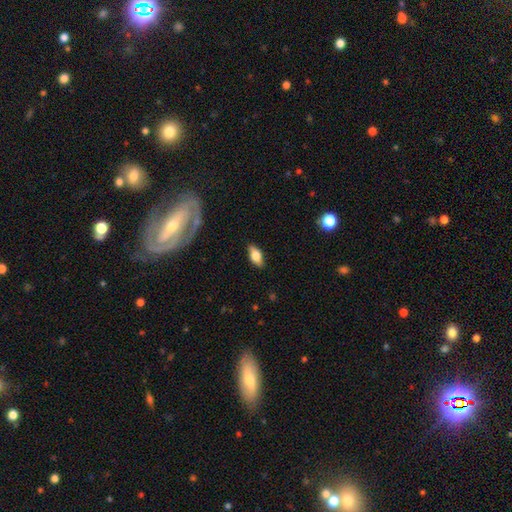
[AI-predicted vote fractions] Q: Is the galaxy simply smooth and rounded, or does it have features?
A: smooth — 67%.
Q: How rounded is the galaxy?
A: in between — 85%.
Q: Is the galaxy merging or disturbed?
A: none — 86%.